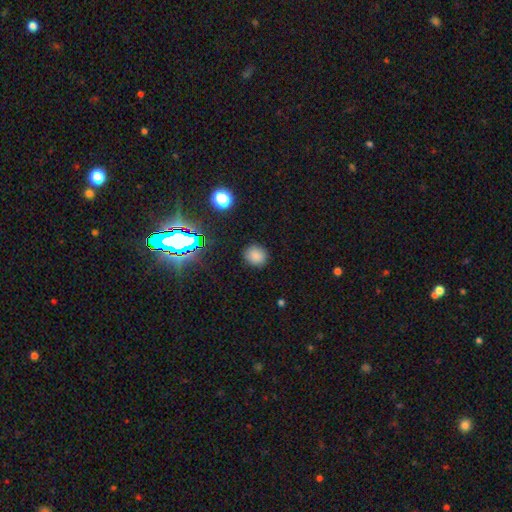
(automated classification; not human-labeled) smooth 78%, star or artifact 17%, featured or disk 5%. Down the decision tree: how rounded — round (77%); merging — none (88%).